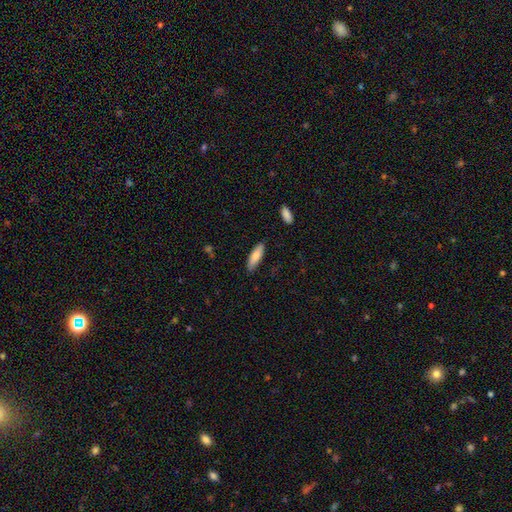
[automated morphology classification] Overall: smooth (79%). How rounded: cigar-shaped (51%; in between 47%). Merging: none (84%).